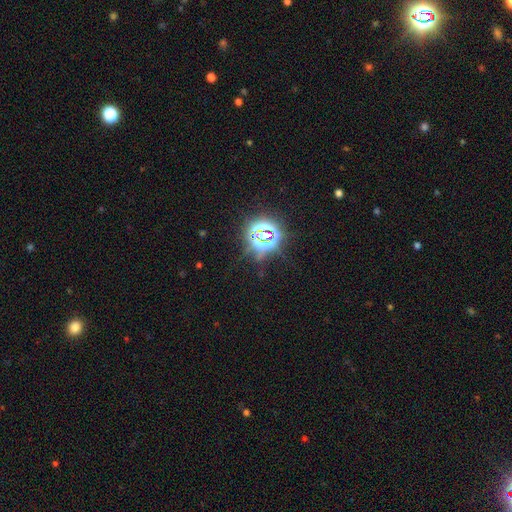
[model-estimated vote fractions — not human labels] Smooth or featured: star or artifact — 84% (smooth — 9%)